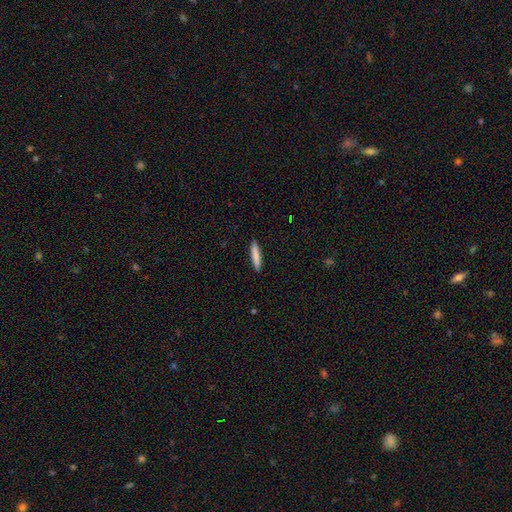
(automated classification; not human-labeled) Morphology: type=smooth (82%); roundness=cigar-shaped (92%); merging=none (92%).